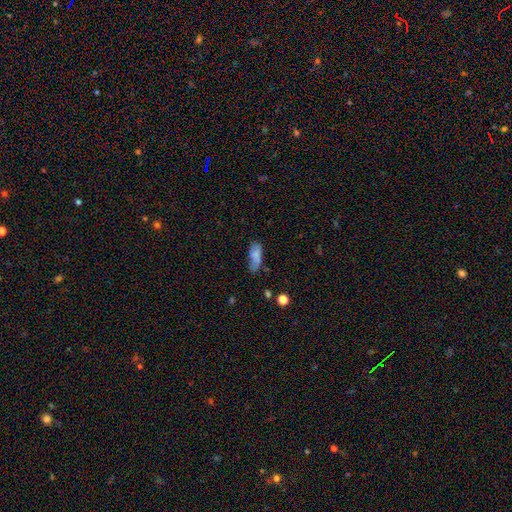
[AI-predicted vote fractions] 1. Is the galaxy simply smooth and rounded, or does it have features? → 74% smooth, 16% featured or disk, 10% star or artifact.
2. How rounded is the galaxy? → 75% in between, 22% cigar-shaped, 3% round.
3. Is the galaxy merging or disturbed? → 48% none, 31% minor disturbance, 14% major disturbance, 7% merger.